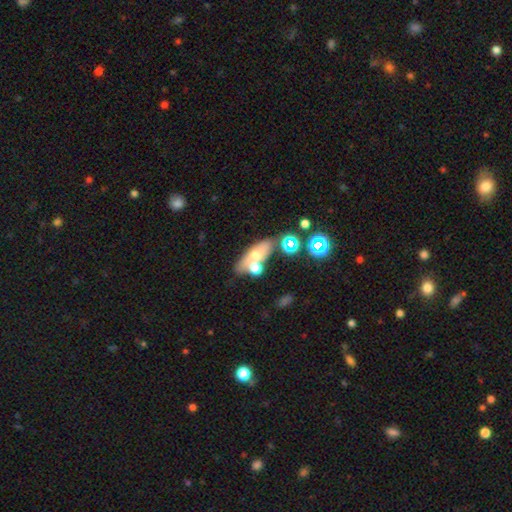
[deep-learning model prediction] Smooth or featured: smooth — 56% (featured or disk — 30%)
How rounded: in between — 65% (cigar-shaped — 24%)
Merging: none — 56% (merger — 26%)